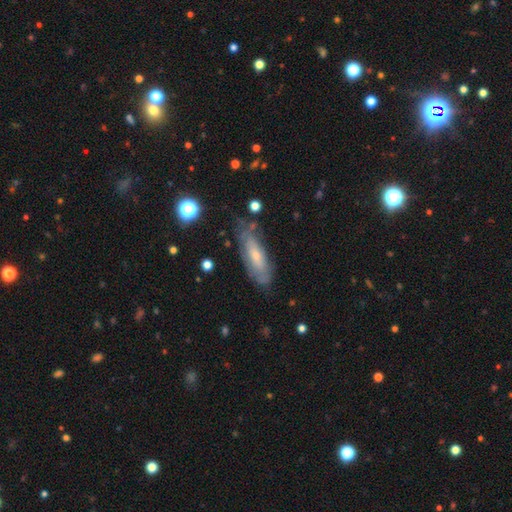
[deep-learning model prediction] Smooth or featured? Predicted: featured or disk (p=0.46, tied with smooth). Merging? Predicted: none (p=0.66).